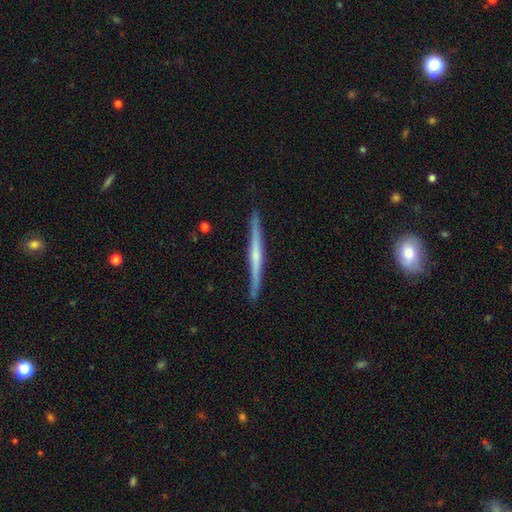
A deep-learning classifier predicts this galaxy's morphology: Smooth or featured? Predicted: featured or disk (p=0.69). Edge-on disk? Predicted: yes (p=0.98). Edge-on bulge? Predicted: rounded (p=0.50). Merging? Predicted: none (p=0.90).